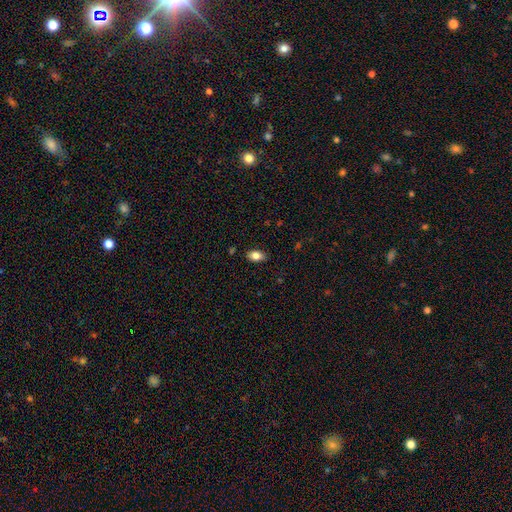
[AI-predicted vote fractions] This is clearly a smooth galaxy (82%). How rounded: clearly in between (89%). Merging: clearly none (87%).